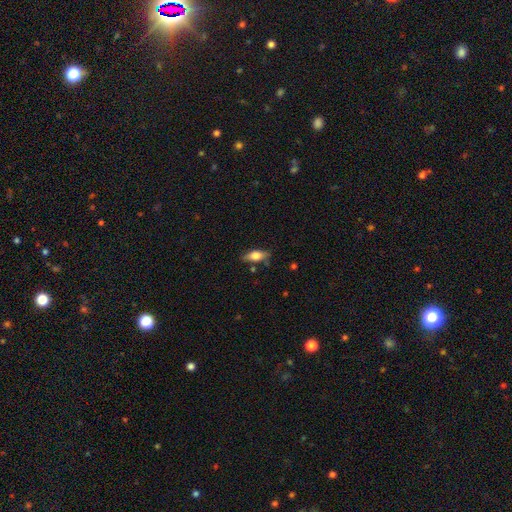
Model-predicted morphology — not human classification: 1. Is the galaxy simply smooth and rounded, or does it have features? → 62% smooth, 30% featured or disk, 7% star or artifact.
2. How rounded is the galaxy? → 74% in between, 22% cigar-shaped, 4% round.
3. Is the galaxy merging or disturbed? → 77% none, 17% minor disturbance, 4% major disturbance, 3% merger.